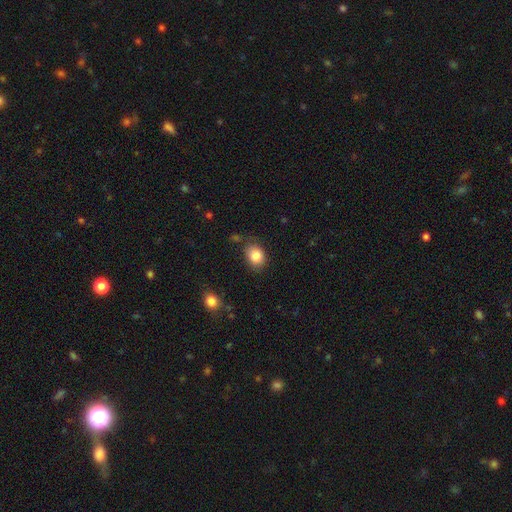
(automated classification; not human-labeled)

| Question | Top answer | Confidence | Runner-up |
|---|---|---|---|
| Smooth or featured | smooth | 85% | star or artifact (9%) |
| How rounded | in between | 56% | round (43%) |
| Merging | none | 73% | minor disturbance (19%) |